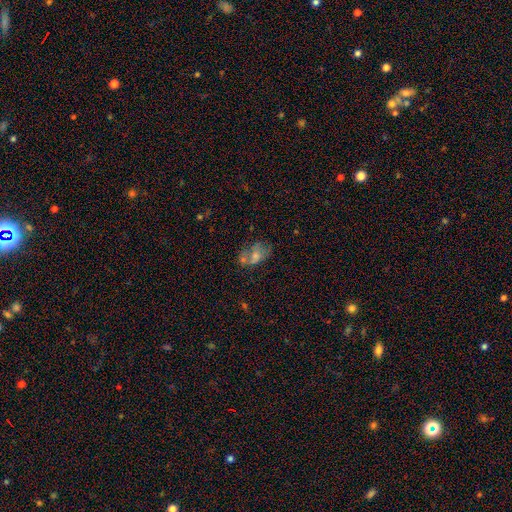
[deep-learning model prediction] A smooth galaxy with no disk features (52%) that is in between round and cigar-shaped (81%). Merging: none (32%).